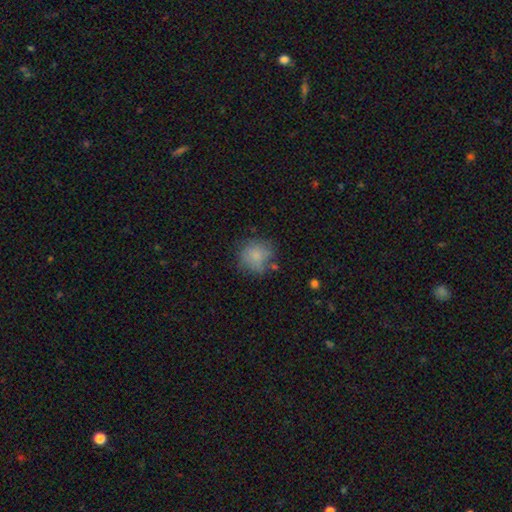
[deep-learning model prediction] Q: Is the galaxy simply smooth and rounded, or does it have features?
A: smooth — 80%.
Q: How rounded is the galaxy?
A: round — 87%.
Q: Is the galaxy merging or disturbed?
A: none — 65%.